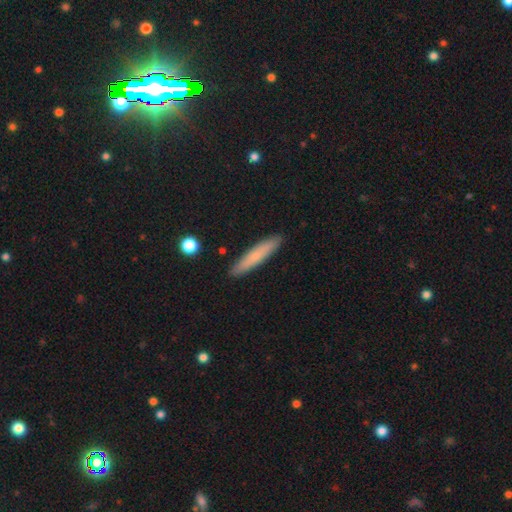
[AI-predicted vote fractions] smooth_or_featured: smooth (p=0.70) [alt: featured or disk p=0.23]
how_rounded: cigar-shaped (p=0.91) [alt: in between p=0.08]
merging: none (p=0.90) [alt: minor disturbance p=0.07]